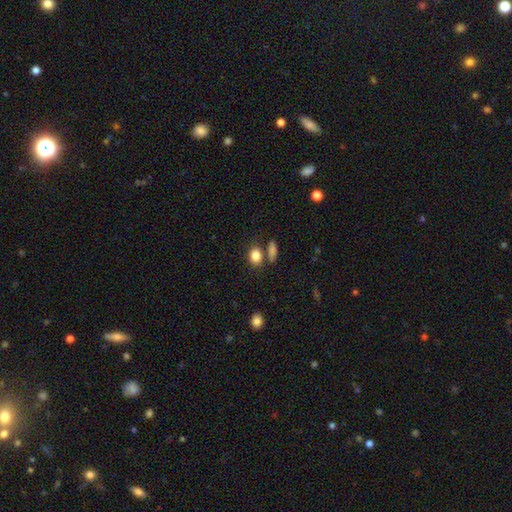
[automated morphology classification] type=smooth (85%); roundness=in between (63%); merging=none (65%).